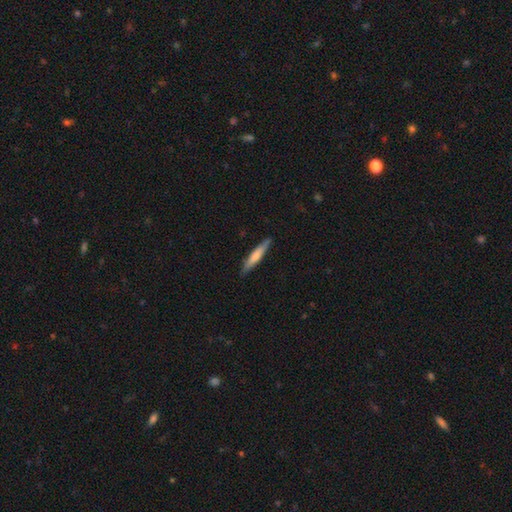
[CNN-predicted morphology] Smooth or featured: smooth — 61% (featured or disk — 34%)
How rounded: cigar-shaped — 92% (in between — 7%)
Merging: none — 87% (minor disturbance — 10%)